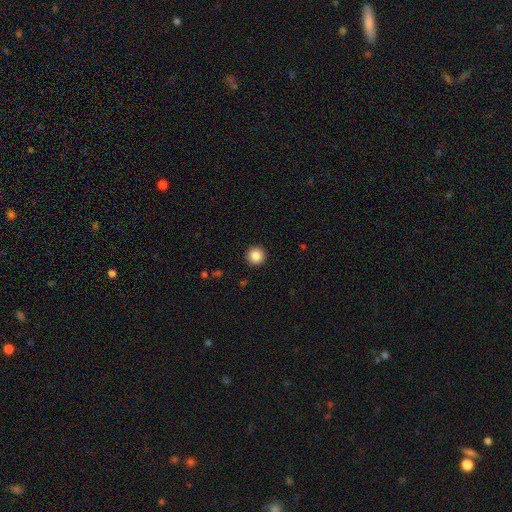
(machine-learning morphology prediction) Q: Smooth or featured?
A: smooth (86%); runner-up: star or artifact (10%)
Q: How rounded?
A: round (96%); runner-up: in between (3%)
Q: Merging?
A: none (93%); runner-up: minor disturbance (5%)